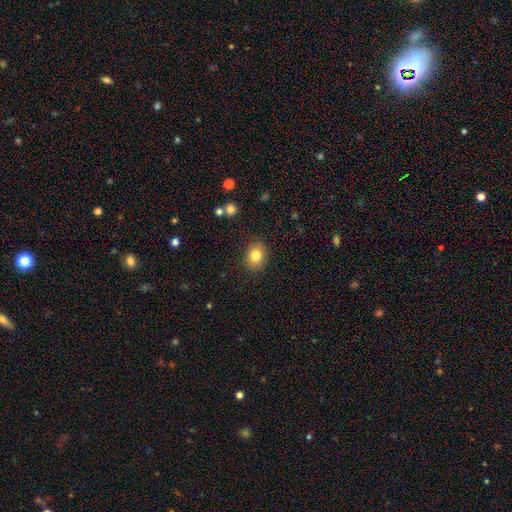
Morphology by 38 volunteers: Smooth or featured? smooth (87%)
How rounded? in between (58%)
Merging? none (94%)